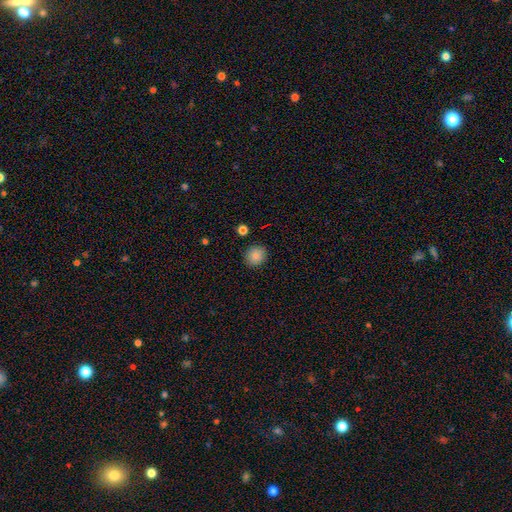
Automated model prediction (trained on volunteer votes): A smooth galaxy with no disk features (86%) that is round (78%). Merging: none (89%).